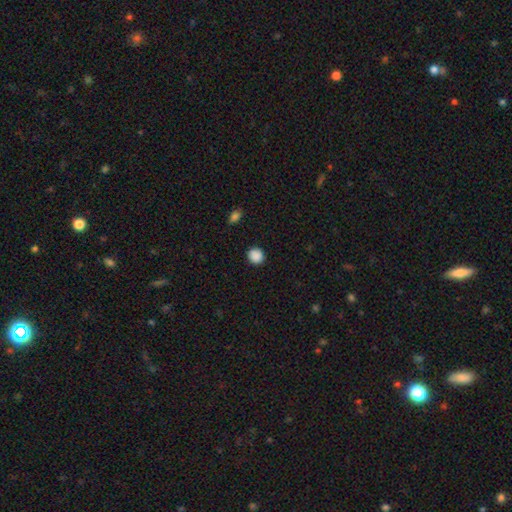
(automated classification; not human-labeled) Smooth or featured? Predicted: smooth (p=0.89). How rounded? Predicted: round (p=0.89). Merging? Predicted: none (p=0.91).